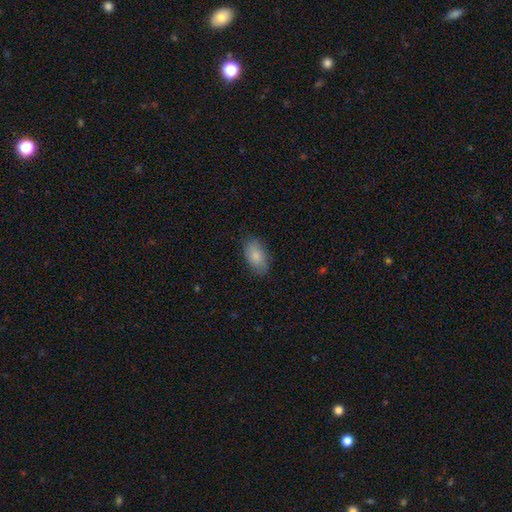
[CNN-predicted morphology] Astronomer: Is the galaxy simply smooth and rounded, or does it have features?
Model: smooth — 85%.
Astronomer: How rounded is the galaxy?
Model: in between — 93%.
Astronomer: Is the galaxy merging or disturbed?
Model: none — 82%.